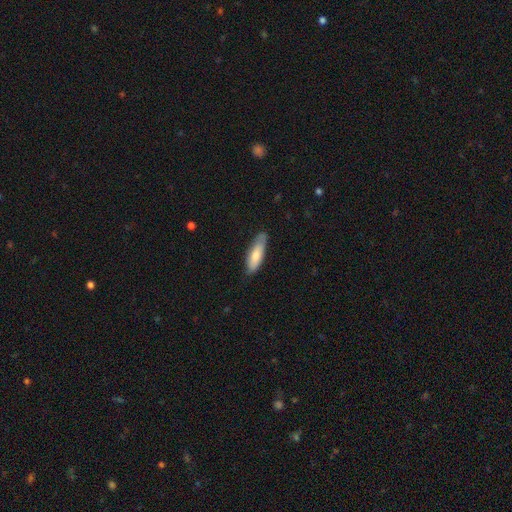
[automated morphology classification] Smooth or featured? Predicted: smooth (p=0.76). How rounded? Predicted: cigar-shaped (p=0.50). Merging? Predicted: none (p=0.72).